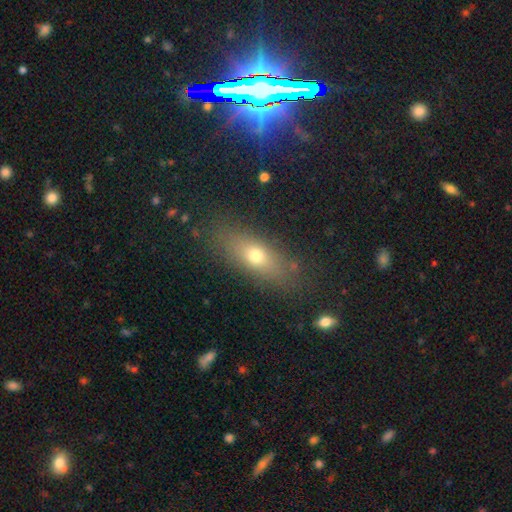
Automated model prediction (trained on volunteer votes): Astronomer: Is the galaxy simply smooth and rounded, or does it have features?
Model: smooth — 66%.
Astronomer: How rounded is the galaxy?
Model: in between — 64%.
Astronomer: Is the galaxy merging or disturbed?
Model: none — 82%.